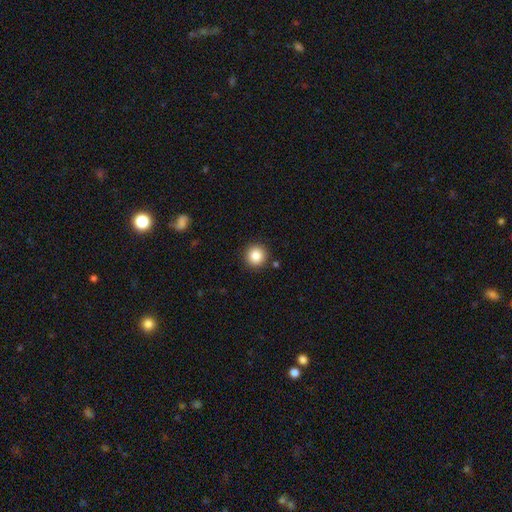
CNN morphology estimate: This appears to be a smooth galaxy with no disk features (86%) that is round (94%). Merging: none (90%).